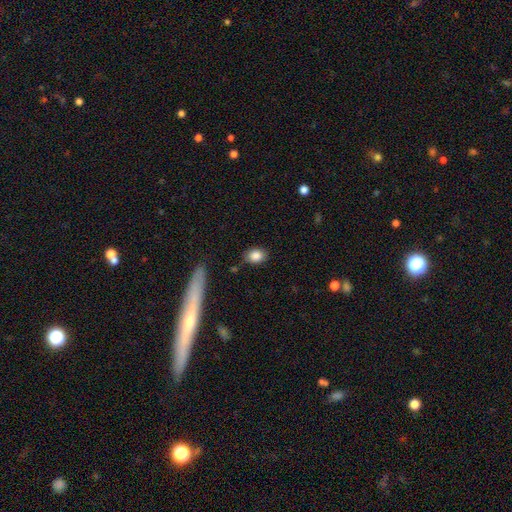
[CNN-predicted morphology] A smooth galaxy with no disk features (86%) that is in between round and cigar-shaped (65%).

Vote fractions:
- Smooth or featured? smooth: 86% / star or artifact: 8% / featured or disk: 6%
- How rounded? in between: 65% / round: 33% / cigar-shaped: 2%
- Merging? none: 79% / minor disturbance: 14% / major disturbance: 3% / merger: 3%